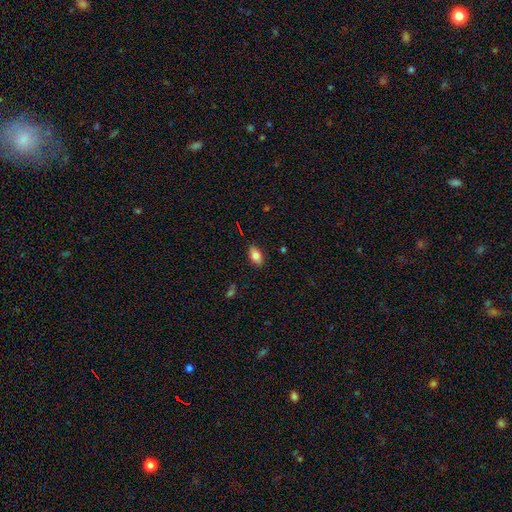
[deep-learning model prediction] smooth_or_featured: smooth (p=0.80) [alt: featured or disk p=0.12]
how_rounded: in between (p=0.89) [alt: cigar-shaped p=0.06]
merging: none (p=0.85) [alt: minor disturbance p=0.11]